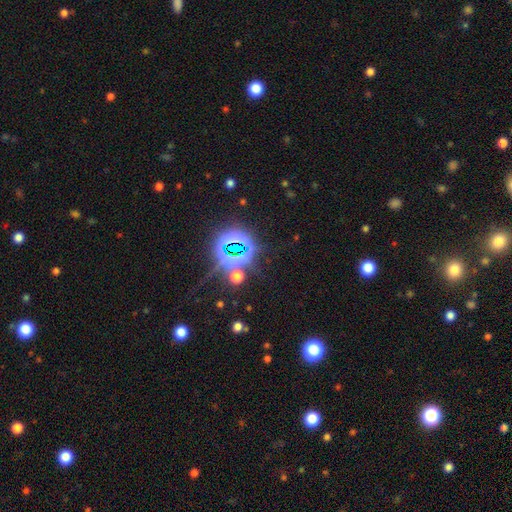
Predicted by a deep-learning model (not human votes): Smooth or featured: star or artifact — 82% (smooth — 11%)